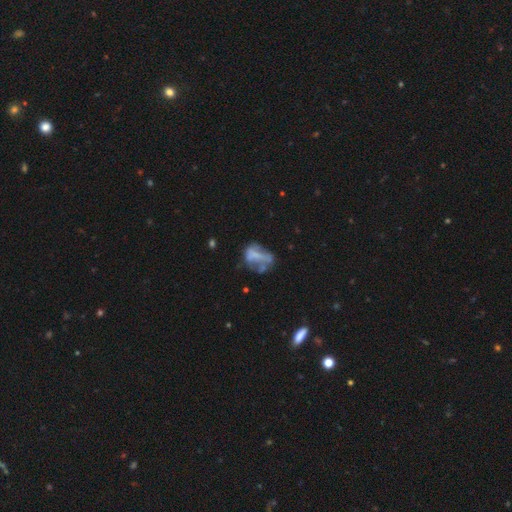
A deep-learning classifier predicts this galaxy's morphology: Smooth or featured?
  - featured or disk: 49% *
  - smooth: 38%
  - star or artifact: 13%
Merging?
  - none: 32% *
  - major disturbance: 31%
  - minor disturbance: 22%
  - merger: 15%